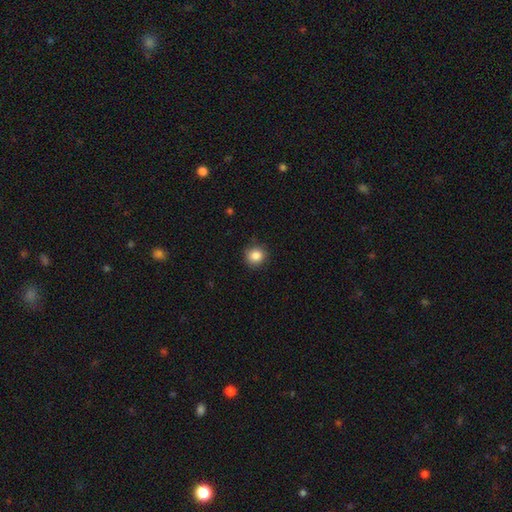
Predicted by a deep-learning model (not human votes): Q: Smooth or featured?
A: smooth (85%); runner-up: star or artifact (10%)
Q: How rounded?
A: round (89%); runner-up: in between (10%)
Q: Merging?
A: none (87%); runner-up: minor disturbance (10%)